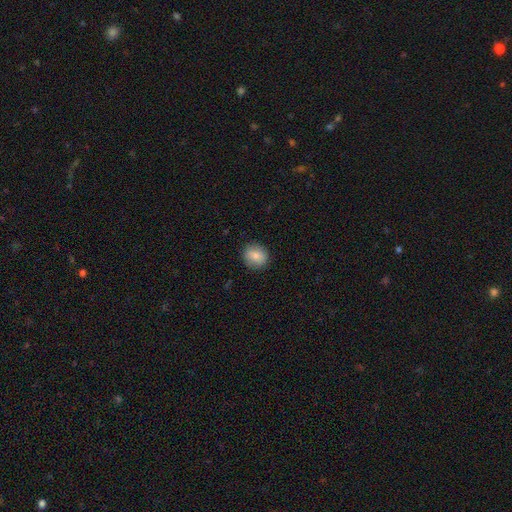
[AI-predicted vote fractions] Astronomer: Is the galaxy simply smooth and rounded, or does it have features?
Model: smooth — 81%.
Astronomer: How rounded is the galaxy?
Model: round — 87%.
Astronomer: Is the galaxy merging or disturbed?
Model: none — 89%.